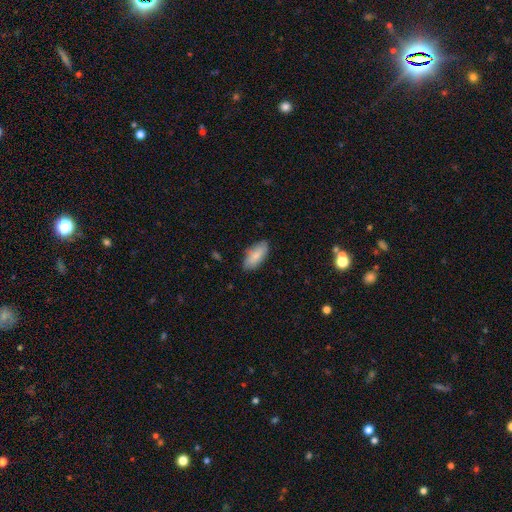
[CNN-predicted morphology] The model was most divided on "merging": none: 82%, minor disturbance: 14%, major disturbance: 2%, merger: 1%. More confident: how rounded — in between (89%); smooth or featured — smooth (84%).